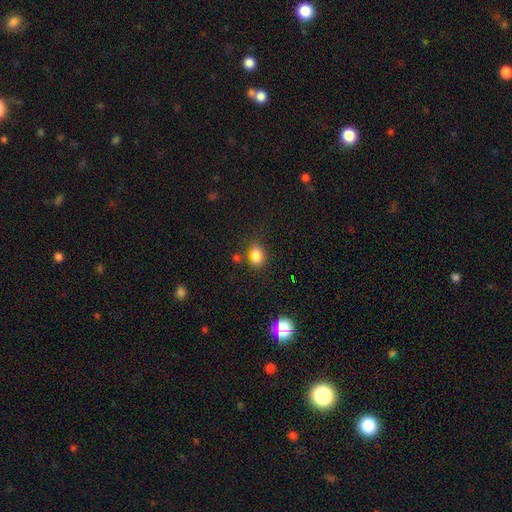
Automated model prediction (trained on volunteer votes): A smooth galaxy with no disk features (83%) that is in between round and cigar-shaped (69%).

Vote fractions:
- Smooth or featured? smooth: 83% / star or artifact: 12% / featured or disk: 5%
- How rounded? in between: 69% / round: 30% / cigar-shaped: 1%
- Merging? none: 71% / minor disturbance: 17% / merger: 7% / major disturbance: 5%